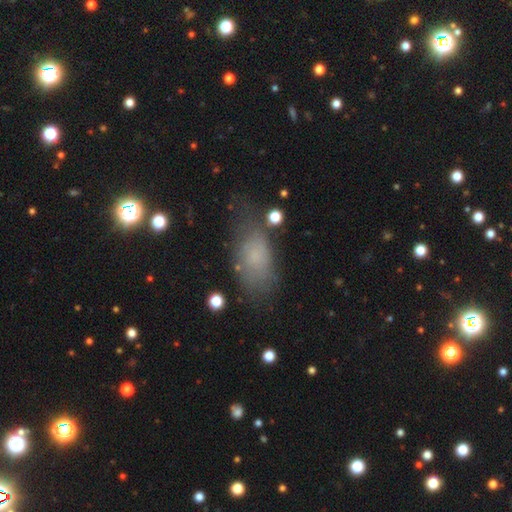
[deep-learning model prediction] This appears to be a smooth galaxy with no disk features (69%) that is in between round and cigar-shaped (88%). Merging: none (54%).